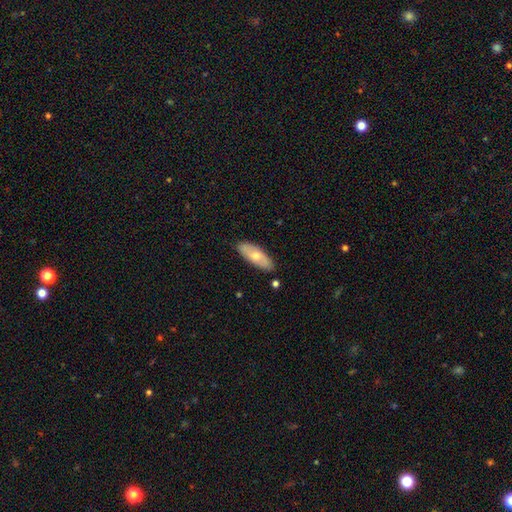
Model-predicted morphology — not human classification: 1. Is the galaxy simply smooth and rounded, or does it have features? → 61% smooth, 34% featured or disk, 5% star or artifact.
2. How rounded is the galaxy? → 74% in between, 24% cigar-shaped, 2% round.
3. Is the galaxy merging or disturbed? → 84% none, 11% minor disturbance, 2% major disturbance, 2% merger.